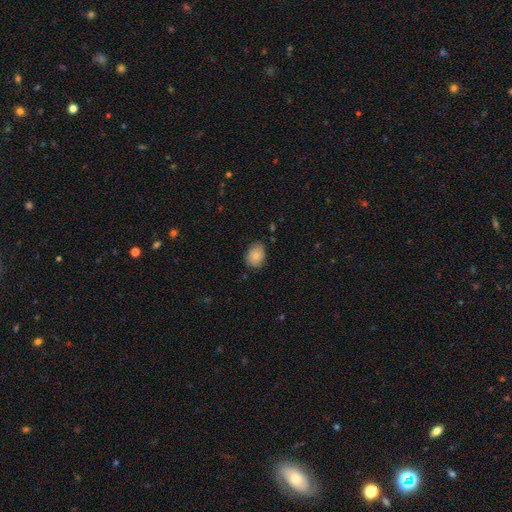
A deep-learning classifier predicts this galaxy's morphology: The model was most divided on "how rounded": in between: 64%, round: 35%, cigar-shaped: 1%. More confident: smooth or featured — smooth (84%); merging — none (71%).